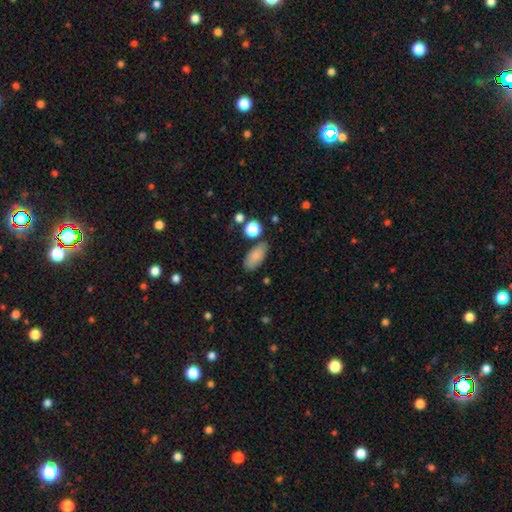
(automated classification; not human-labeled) Morphology: type=smooth (85%); roundness=in between (88%); merging=none (75%).